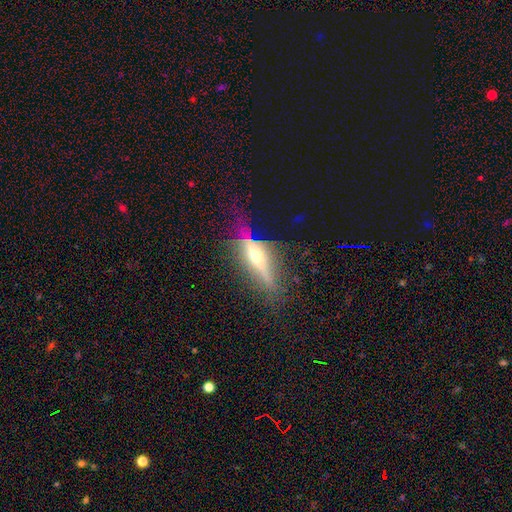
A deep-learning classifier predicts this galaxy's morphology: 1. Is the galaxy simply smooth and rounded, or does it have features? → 69% featured or disk, 22% smooth, 9% star or artifact.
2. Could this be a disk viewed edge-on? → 87% yes, 13% no.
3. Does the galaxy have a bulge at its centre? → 84% rounded, 9% boxy, 8% none.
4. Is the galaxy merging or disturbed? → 57% none, 23% minor disturbance, 16% major disturbance, 3% merger.